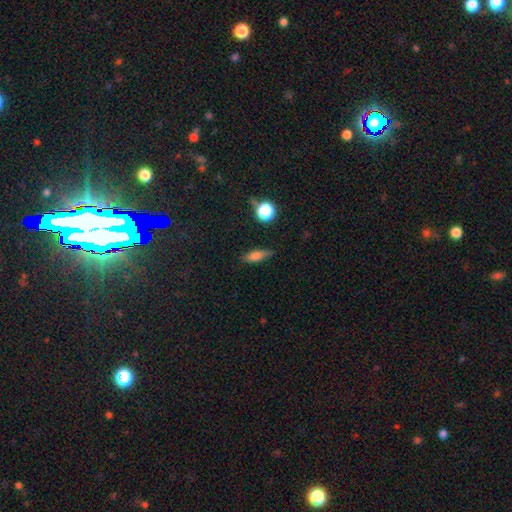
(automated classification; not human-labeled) Overall: smooth (74%). How rounded: in between (50%; cigar-shaped 43%). Merging: none (78%).